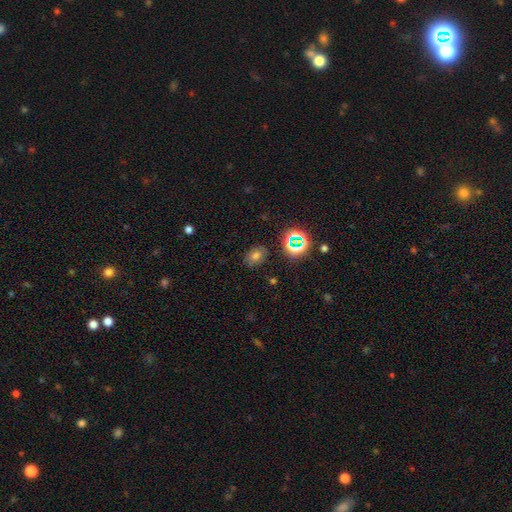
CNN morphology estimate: Smooth or featured? smooth (59%)
How rounded? in between (64%)
Merging? none (82%)